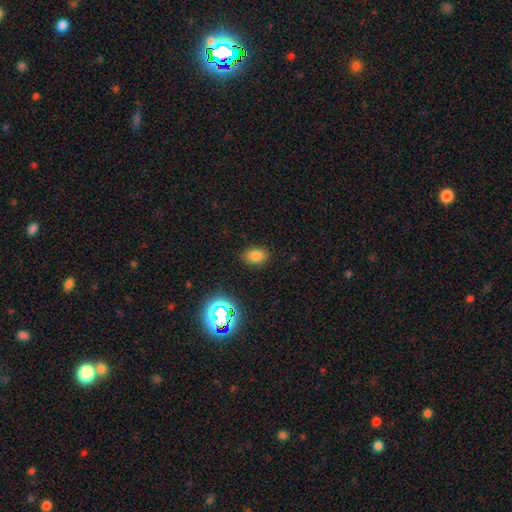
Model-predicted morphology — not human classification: Smooth or featured?
  - smooth: 77% *
  - star or artifact: 17%
  - featured or disk: 6%
How rounded?
  - in between: 78% *
  - round: 21%
  - cigar-shaped: 1%
Merging?
  - none: 87% *
  - minor disturbance: 9%
  - major disturbance: 3%
  - merger: 1%